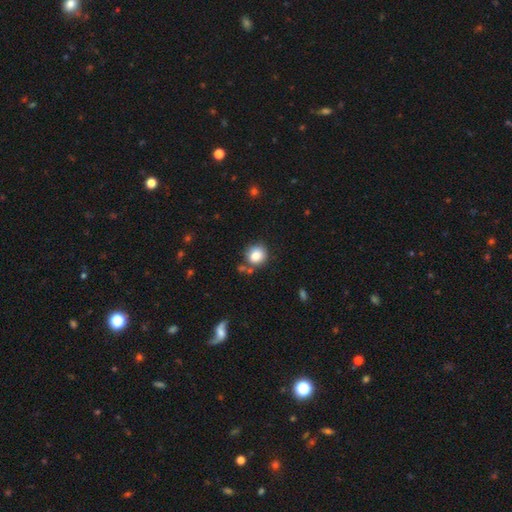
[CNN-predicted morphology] This is clearly a smooth galaxy (84%). How rounded: clearly round (85%). Merging: likely none (71%).